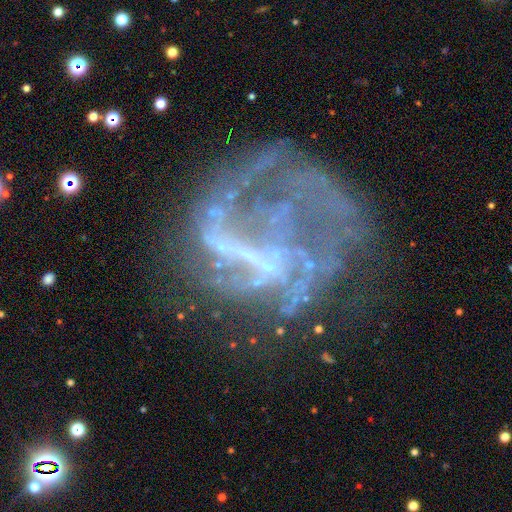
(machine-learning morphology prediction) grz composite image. It shows a featured or disk galaxy (72%) with no bar (48%), no spiral arms (54%) and no central bulge (64%). Merging: major disturbance (41%).